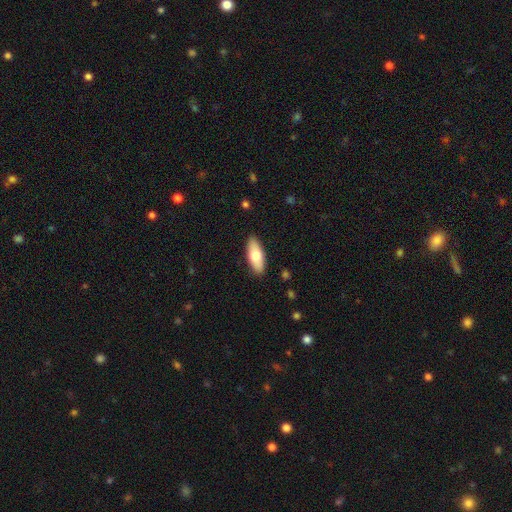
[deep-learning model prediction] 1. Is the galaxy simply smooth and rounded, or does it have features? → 73% smooth, 21% featured or disk, 6% star or artifact.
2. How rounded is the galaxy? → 77% in between, 21% cigar-shaped, 2% round.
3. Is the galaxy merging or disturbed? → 89% none, 8% minor disturbance, 2% major disturbance, 1% merger.